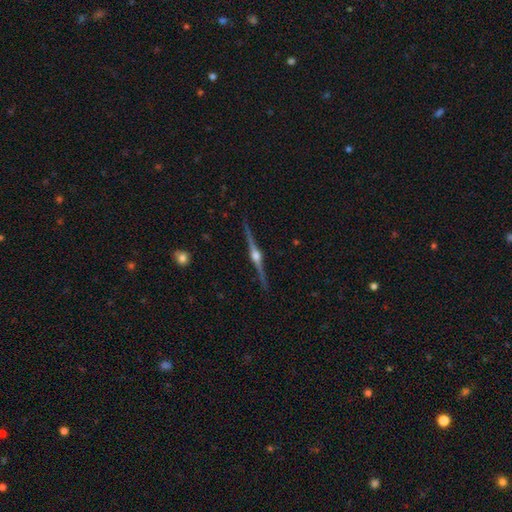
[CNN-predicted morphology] type=featured or disk (88%); edge-on=yes (99%); edge-on bulge=rounded (95%); merging=none (90%).